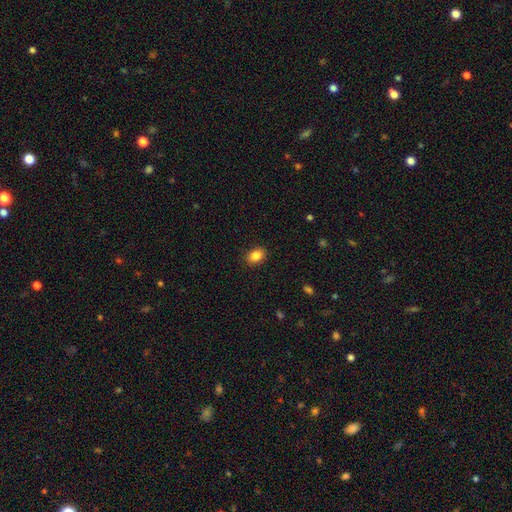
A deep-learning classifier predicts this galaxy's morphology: Smooth or featured: smooth — 86% (star or artifact — 9%)
How rounded: in between — 74% (round — 25%)
Merging: none — 89% (minor disturbance — 8%)